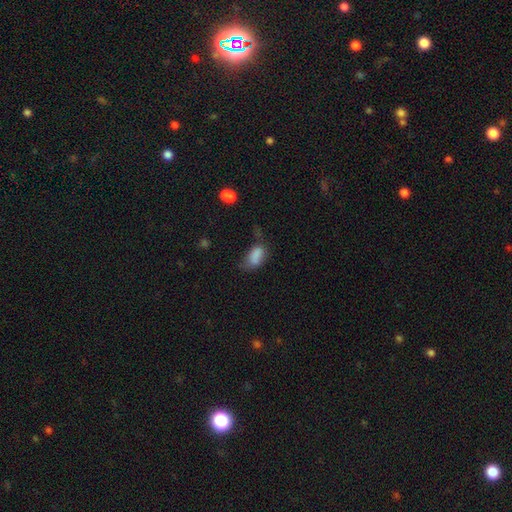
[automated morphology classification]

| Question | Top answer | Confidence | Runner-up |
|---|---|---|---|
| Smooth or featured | smooth | 78% | featured or disk (12%) |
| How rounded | in between | 90% | round (7%) |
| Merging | minor disturbance | 34% | none (31%) |